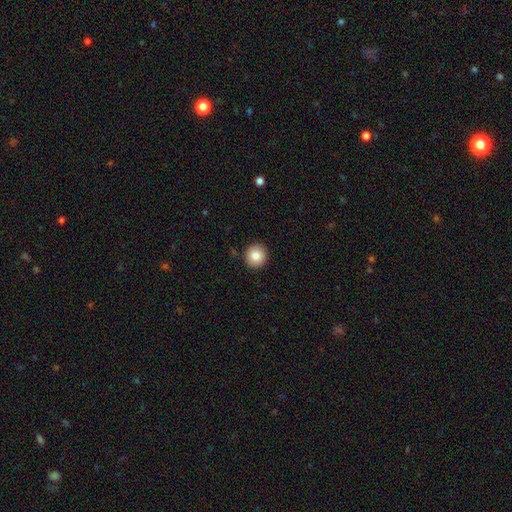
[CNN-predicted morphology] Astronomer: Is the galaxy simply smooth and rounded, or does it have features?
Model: smooth — 85%.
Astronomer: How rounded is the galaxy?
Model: round — 93%.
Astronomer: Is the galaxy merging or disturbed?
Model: none — 92%.